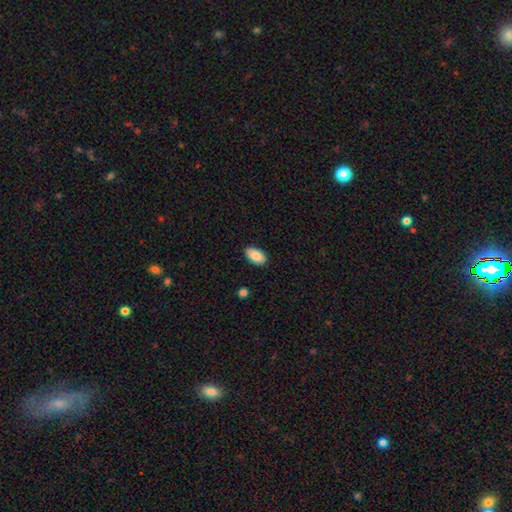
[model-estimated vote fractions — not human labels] The model was most divided on "merging": none: 88%, minor disturbance: 9%, major disturbance: 2%, merger: 1%. More confident: how rounded — in between (95%); smooth or featured — smooth (89%).